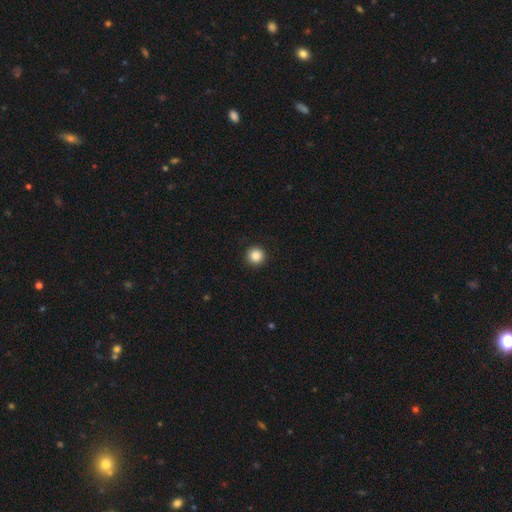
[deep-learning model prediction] smooth_or_featured: smooth (p=0.86) [alt: star or artifact p=0.10]
how_rounded: round (p=0.96) [alt: in between p=0.03]
merging: none (p=0.93) [alt: minor disturbance p=0.04]